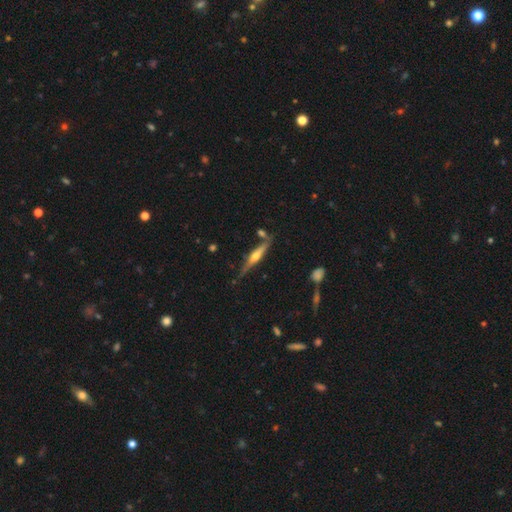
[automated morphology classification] featured or disk 67%, smooth 27%, star or artifact 6%. Down the decision tree: edge-on disk — yes (96%); edge-on bulge — rounded (84%); merging — none (74%).